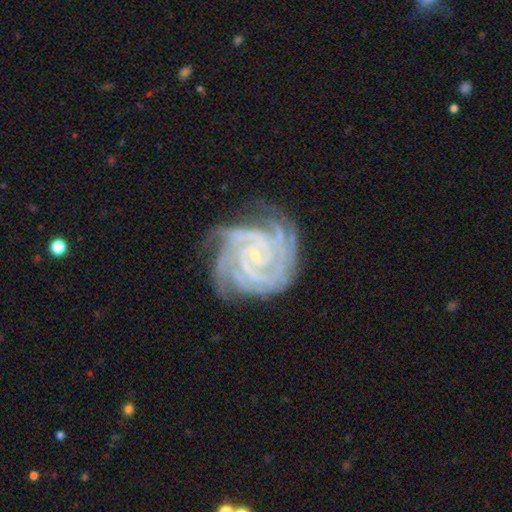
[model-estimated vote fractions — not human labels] smooth-or-featured: featured or disk: 91% | star or artifact: 5% | smooth: 3%
  disk-edge-on: no: 98% | yes: 2%
    bar: no: 57% | weak: 30% | strong: 14%
    has-spiral-arms: yes: 99% | no: 1%
      spiral-winding: tight: 82% | medium: 16% | loose: 2%
      spiral-arm-count: 4: 33% | 3: 23% | 2: 13% | can't tell: 13% | more than 4: 11% | 1: 7%
    bulge-size: small: 86% | moderate: 8% | none: 3% | large: 1% | dominant: 1%
  merging: none: 68% | minor disturbance: 22% | major disturbance: 8% | merger: 2%